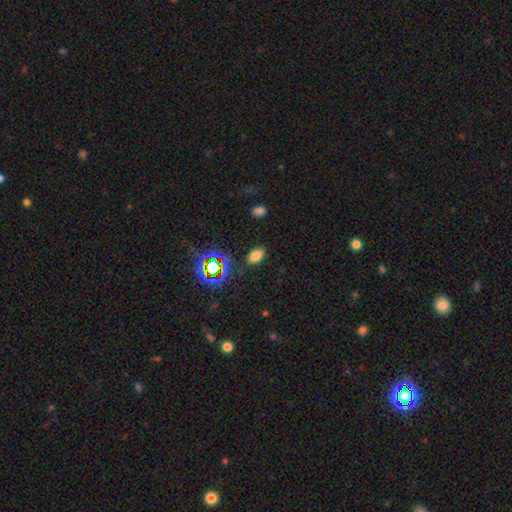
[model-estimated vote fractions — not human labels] A smooth galaxy with no disk features (71%) that is in between round and cigar-shaped (88%). Merging: none (85%).